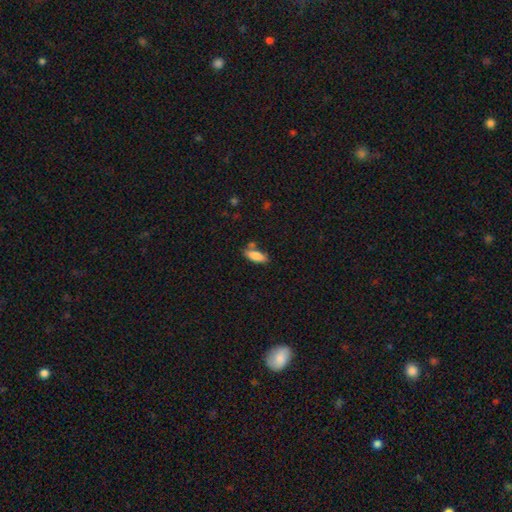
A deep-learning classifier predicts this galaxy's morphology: Smooth or featured? Predicted: smooth (p=0.85). How rounded? Predicted: in between (p=0.72). Merging? Predicted: none (p=0.68).